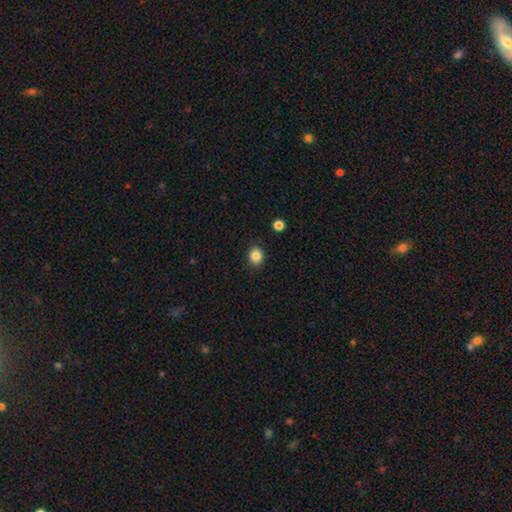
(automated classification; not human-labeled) This is clearly a smooth galaxy (85%). How rounded: likely round (63%). Merging: clearly none (88%).